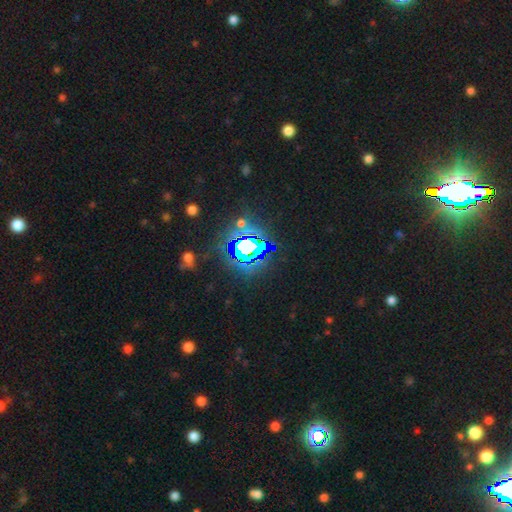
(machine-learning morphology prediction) type=star or artifact (76%).